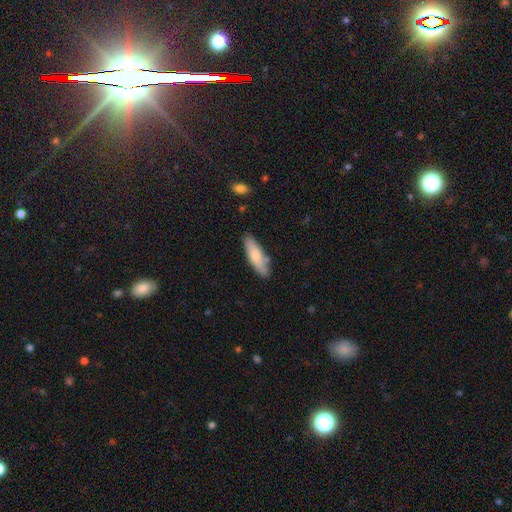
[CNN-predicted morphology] smooth_or_featured: smooth (p=0.76) [alt: featured or disk p=0.19]
how_rounded: cigar-shaped (p=0.54) [alt: in between p=0.45]
merging: none (p=0.78) [alt: minor disturbance p=0.15]